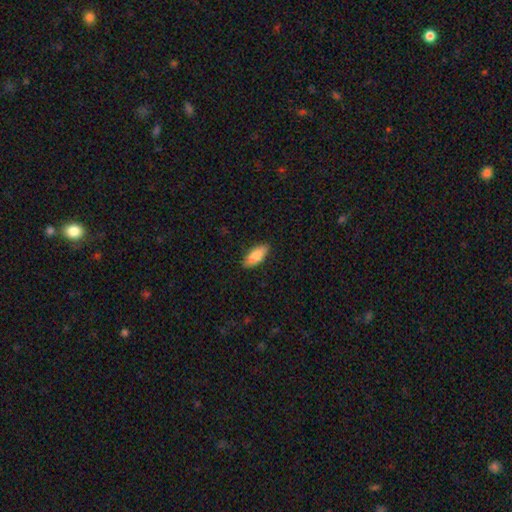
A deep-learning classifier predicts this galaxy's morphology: Smooth or featured: smooth — 86% (featured or disk — 8%)
How rounded: in between — 83% (cigar-shaped — 15%)
Merging: none — 87% (minor disturbance — 10%)